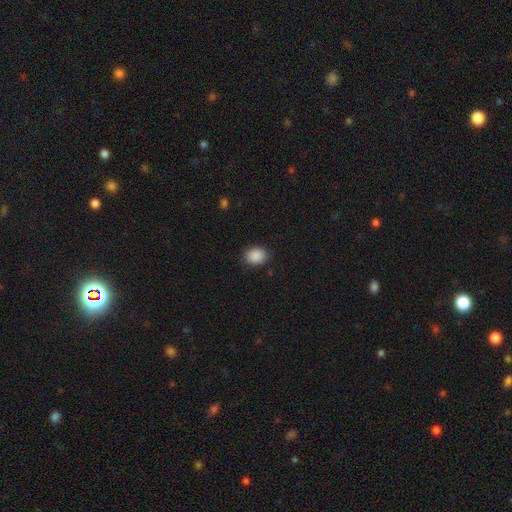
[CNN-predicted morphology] A smooth galaxy with no disk features (89%) that is round (51%). Merging: none (86%).